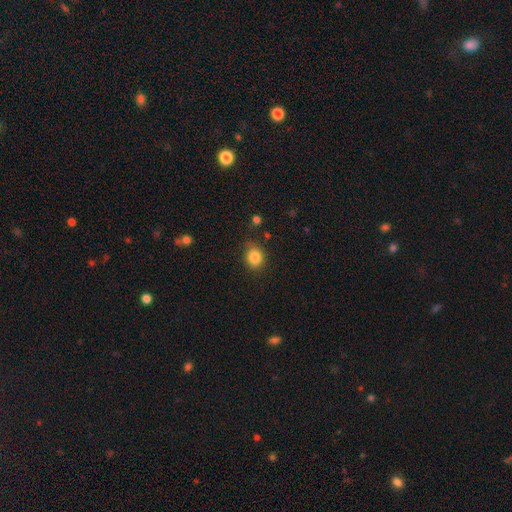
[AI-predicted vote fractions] Overall: smooth (84%). How rounded: round (59%; in between 40%). Merging: none (79%).